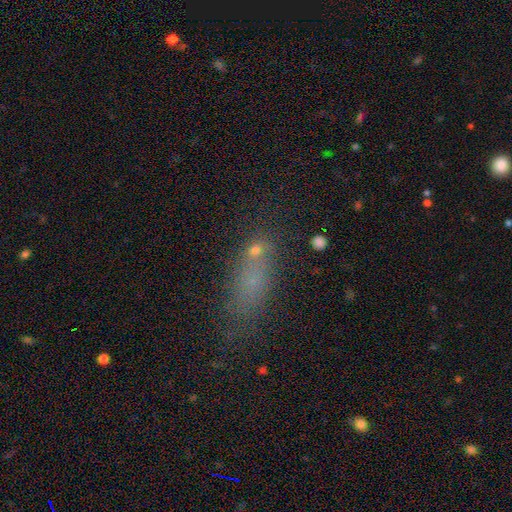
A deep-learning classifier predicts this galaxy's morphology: smooth-or-featured: smooth: 61% | star or artifact: 22% | featured or disk: 17%
  how-rounded: in between: 58% | cigar-shaped: 34% | round: 8%
  merging: none: 49% | minor disturbance: 19% | merger: 19% | major disturbance: 13%